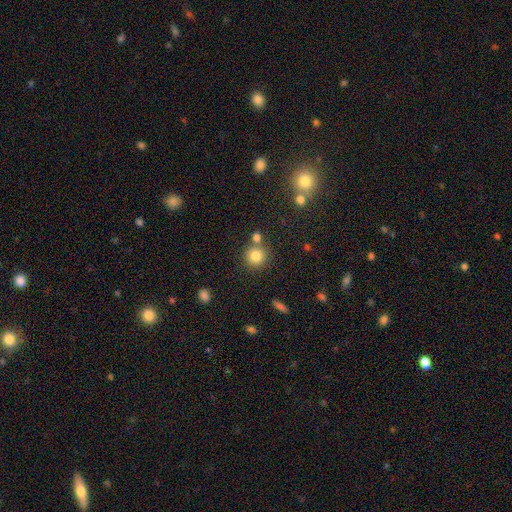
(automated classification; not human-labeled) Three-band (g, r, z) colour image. It shows a smooth galaxy with no disk features (81%) that is round (90%). Merging: none (69%).